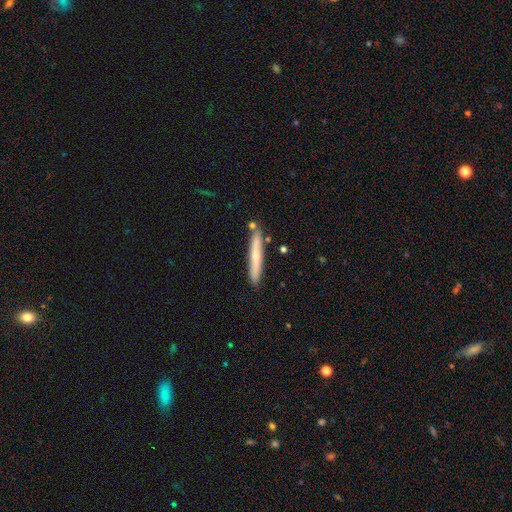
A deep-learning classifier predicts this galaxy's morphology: Smooth or featured?
  - smooth: 55% *
  - featured or disk: 39%
  - star or artifact: 6%
How rounded?
  - cigar-shaped: 95% *
  - in between: 4%
  - round: 1%
Merging?
  - none: 83% *
  - minor disturbance: 11%
  - merger: 5%
  - major disturbance: 2%